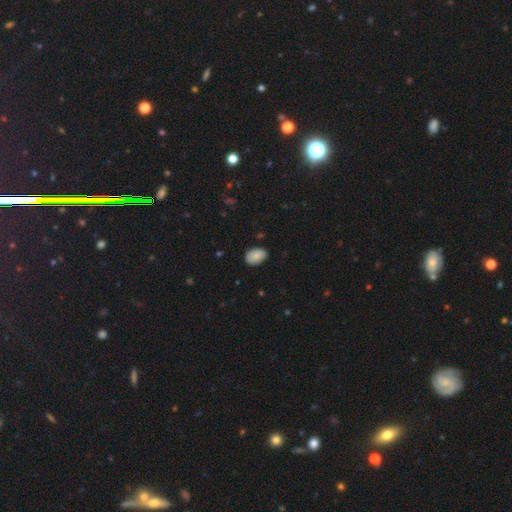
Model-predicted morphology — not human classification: Smooth or featured? Predicted: smooth (p=0.85). How rounded? Predicted: in between (p=0.84). Merging? Predicted: none (p=0.78).